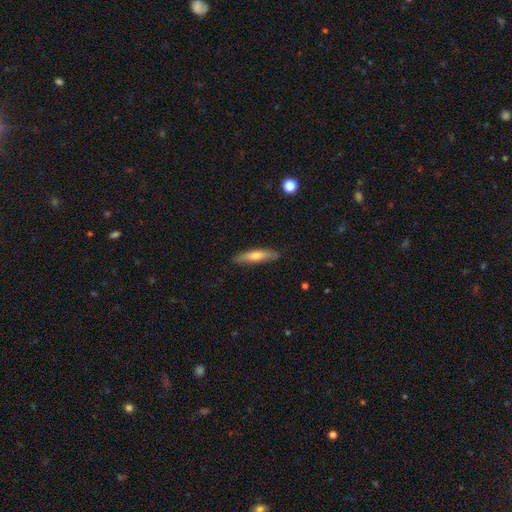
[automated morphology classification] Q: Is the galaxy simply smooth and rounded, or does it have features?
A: smooth — 61%.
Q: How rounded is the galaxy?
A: cigar-shaped — 81%.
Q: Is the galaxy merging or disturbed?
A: none — 85%.